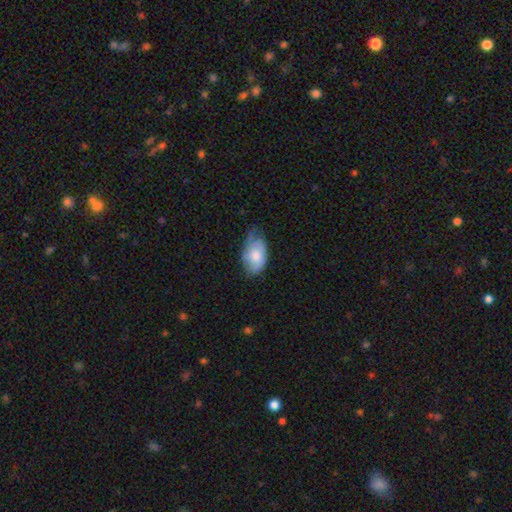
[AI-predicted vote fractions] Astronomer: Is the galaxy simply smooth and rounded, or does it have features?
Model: smooth — 65%.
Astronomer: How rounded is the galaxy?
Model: in between — 91%.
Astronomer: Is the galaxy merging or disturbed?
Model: minor disturbance — 43% (runner-up: none, 41%).